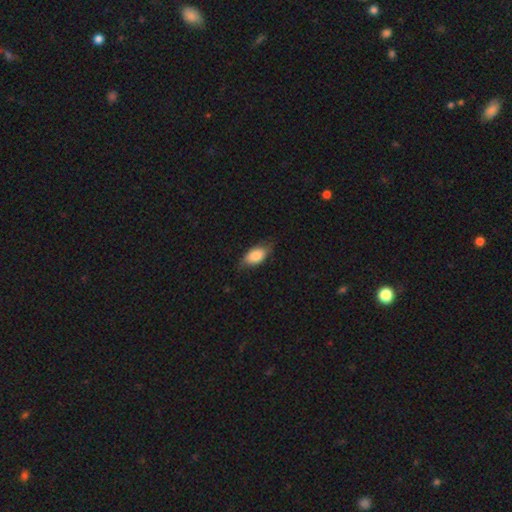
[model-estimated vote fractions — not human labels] smooth-or-featured: smooth: 80% | featured or disk: 13% | star or artifact: 7%
  how-rounded: in between: 88% | cigar-shaped: 7% | round: 5%
  merging: none: 70% | minor disturbance: 24% | major disturbance: 5% | merger: 1%